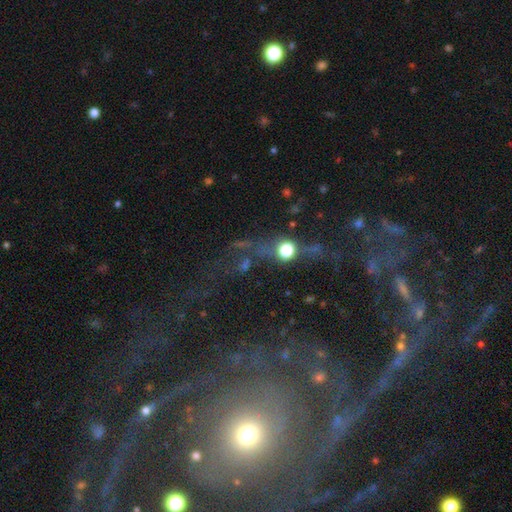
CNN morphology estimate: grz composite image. It shows a featured or disk galaxy (78%) with no bar (76%), tight (64%) spiral arms (90%) and a small central bulge (60%). Merging: none (67%).